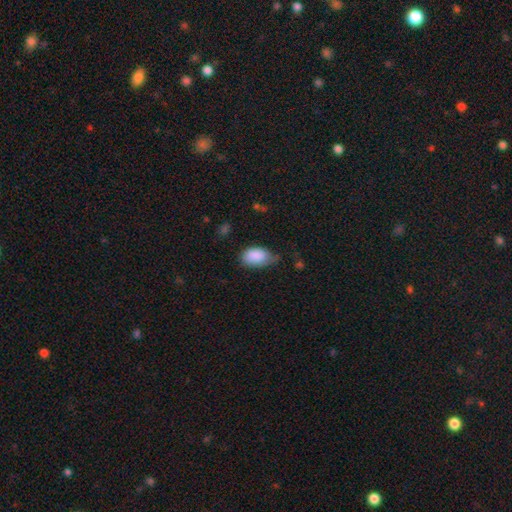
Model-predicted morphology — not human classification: smooth 88%, star or artifact 6%, featured or disk 6%. Down the decision tree: how rounded — in between (92%); merging — none (48%).